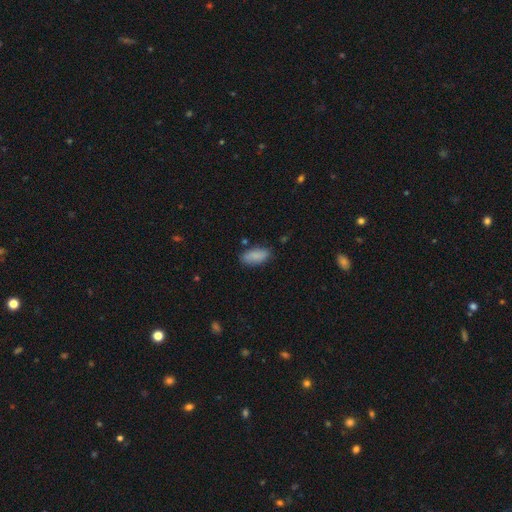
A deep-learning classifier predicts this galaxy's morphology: Smooth or featured?
  - smooth: 87% *
  - star or artifact: 7%
  - featured or disk: 6%
How rounded?
  - in between: 89% *
  - cigar-shaped: 9%
  - round: 2%
Merging?
  - none: 78% *
  - minor disturbance: 16%
  - major disturbance: 3%
  - merger: 3%